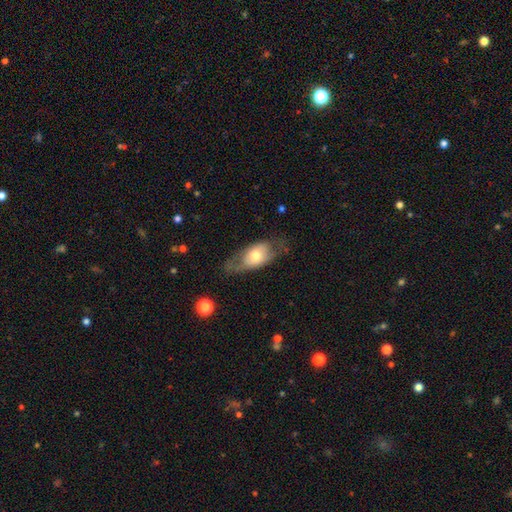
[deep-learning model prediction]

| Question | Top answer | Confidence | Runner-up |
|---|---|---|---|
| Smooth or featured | smooth | 51% | featured or disk (43%) |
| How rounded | in between | 83% | round (12%) |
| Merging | none | 53% | minor disturbance (26%) |